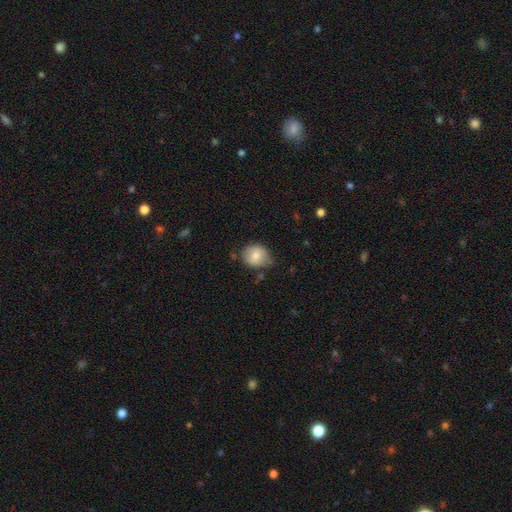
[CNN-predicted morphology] A smooth galaxy with no disk features (77%) that is round (64%).

Vote fractions:
- Smooth or featured? smooth: 77% / featured or disk: 15% / star or artifact: 8%
- How rounded? round: 64% / in between: 35% / cigar-shaped: 1%
- Merging? none: 65% / minor disturbance: 27% / major disturbance: 5% / merger: 3%